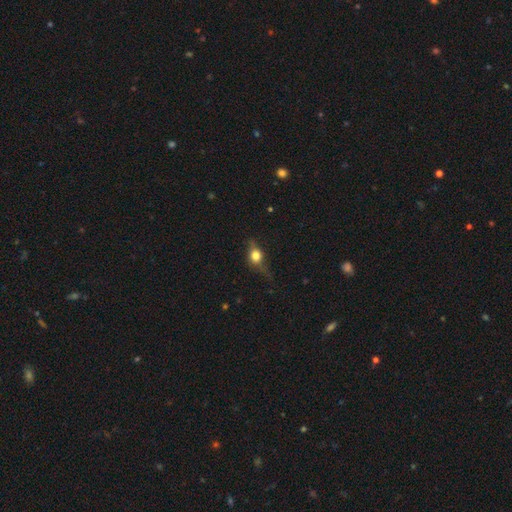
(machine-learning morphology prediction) Smooth or featured?
  - smooth: 56% *
  - featured or disk: 32%
  - star or artifact: 12%
How rounded?
  - round: 54% *
  - in between: 38%
  - cigar-shaped: 8%
Merging?
  - none: 56% *
  - minor disturbance: 26%
  - major disturbance: 16%
  - merger: 2%